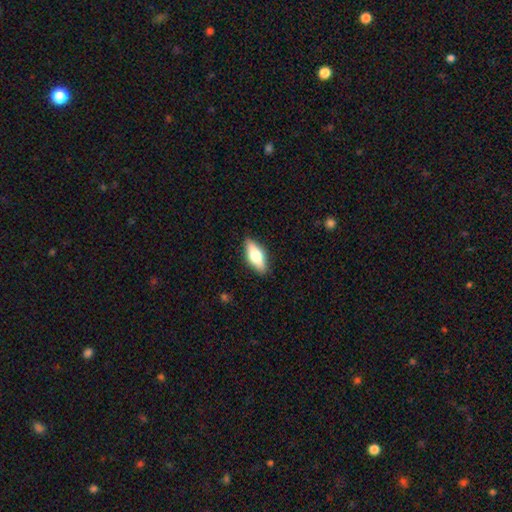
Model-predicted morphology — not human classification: Smooth or featured? Predicted: smooth (p=0.59). How rounded? Predicted: in between (p=0.71). Merging? Predicted: none (p=0.87).